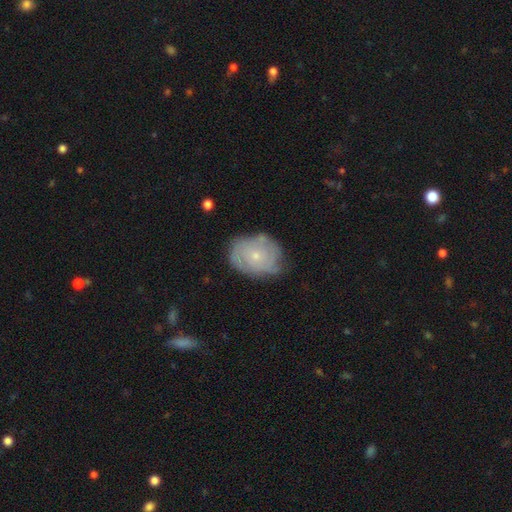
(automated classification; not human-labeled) Overall: featured or disk (59%; smooth 34%). Edge-on disk: no (97%). Bar: no (85%). Spiral arms: yes (74%). Bulge size: small (72%). Merging: none (66%).